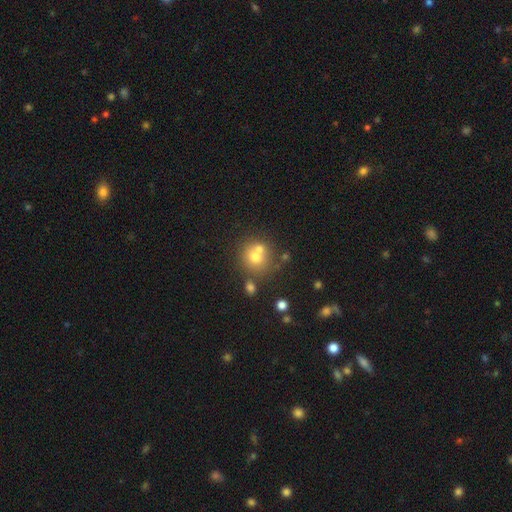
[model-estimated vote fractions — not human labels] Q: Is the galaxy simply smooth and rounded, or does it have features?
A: smooth — 66%.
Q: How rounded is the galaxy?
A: round — 85%.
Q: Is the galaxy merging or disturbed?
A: none — 48%.